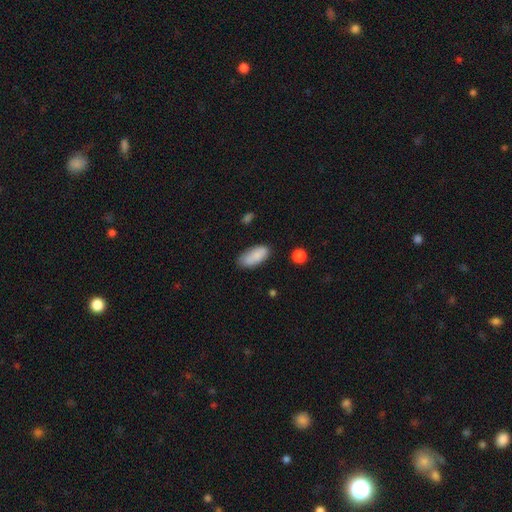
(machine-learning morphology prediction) This appears to be a smooth galaxy with no disk features (84%) that is in between round and cigar-shaped (89%). Merging: none (73%).